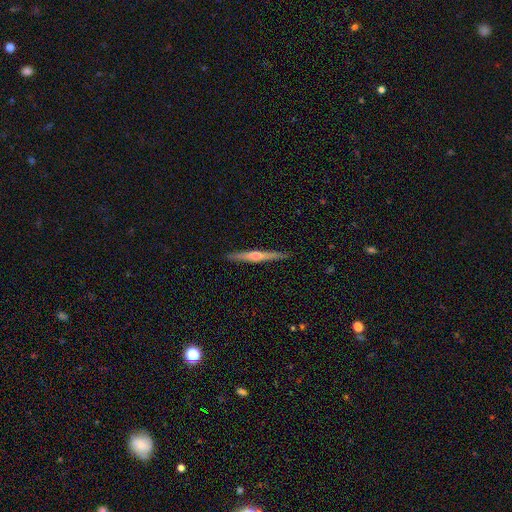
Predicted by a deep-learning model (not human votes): Morphology: type=featured or disk (60%); edge-on=yes (97%); edge-on bulge=rounded (74%); merging=none (89%).